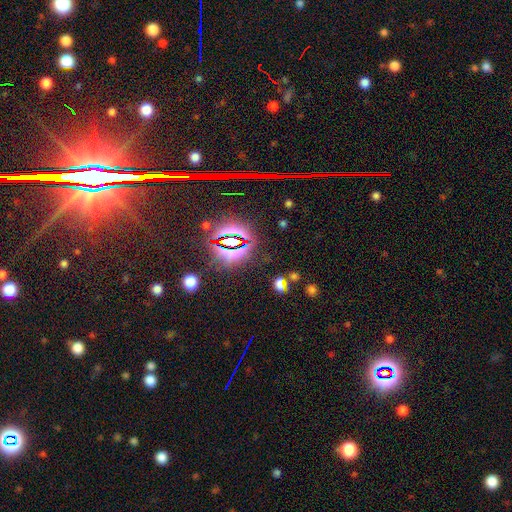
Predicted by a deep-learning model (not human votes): The model was most divided on "smooth or featured": star or artifact: 82%, smooth: 9%, featured or disk: 9%.